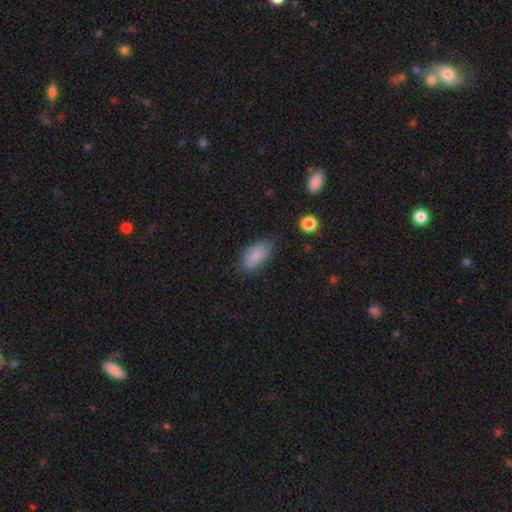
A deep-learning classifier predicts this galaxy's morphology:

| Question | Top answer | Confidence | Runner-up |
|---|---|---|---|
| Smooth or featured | smooth | 85% | star or artifact (8%) |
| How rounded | in between | 88% | cigar-shaped (9%) |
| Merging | none | 77% | minor disturbance (17%) |